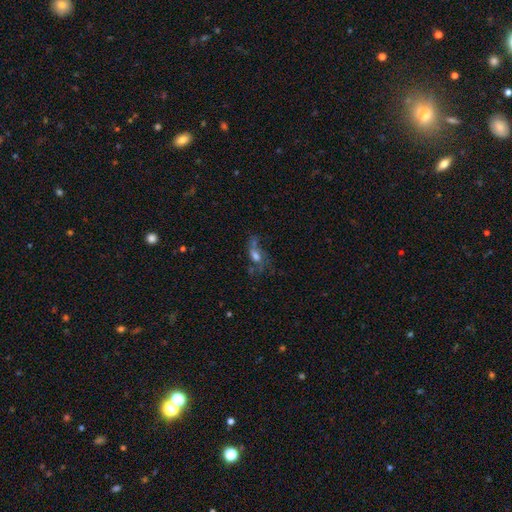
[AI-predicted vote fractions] featured or disk 48%, smooth 37%, star or artifact 15%. Down the decision tree: merging — none (37%).